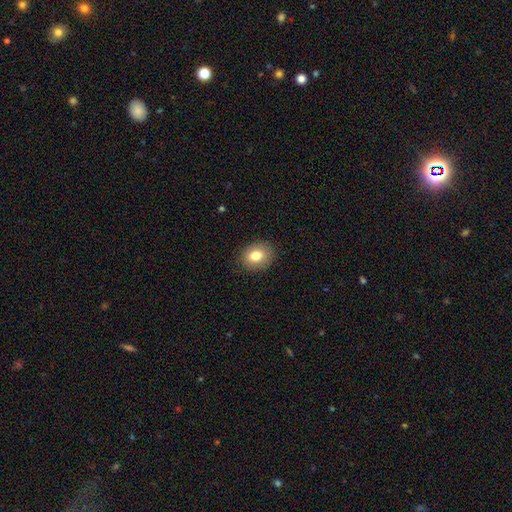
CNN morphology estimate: smooth 80%, featured or disk 11%, star or artifact 9%. Down the decision tree: how rounded — in between (52%); merging — none (87%).